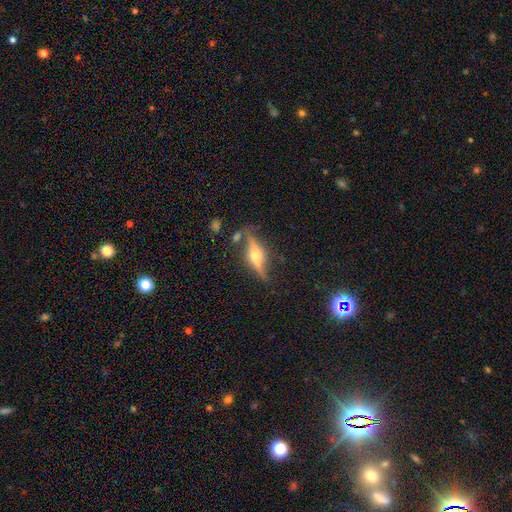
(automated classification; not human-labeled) A featured or disk galaxy (76%) viewed edge-on (90%) with a rounded central bulge (94%). Merging: none (74%).